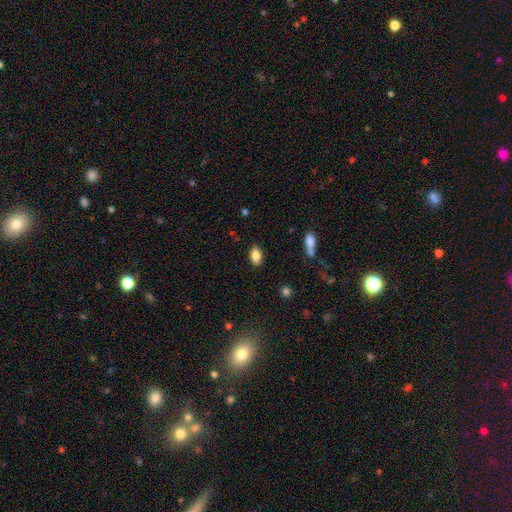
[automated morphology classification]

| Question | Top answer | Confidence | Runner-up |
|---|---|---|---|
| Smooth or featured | smooth | 85% | star or artifact (8%) |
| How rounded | in between | 90% | round (6%) |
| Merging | none | 85% | minor disturbance (10%) |